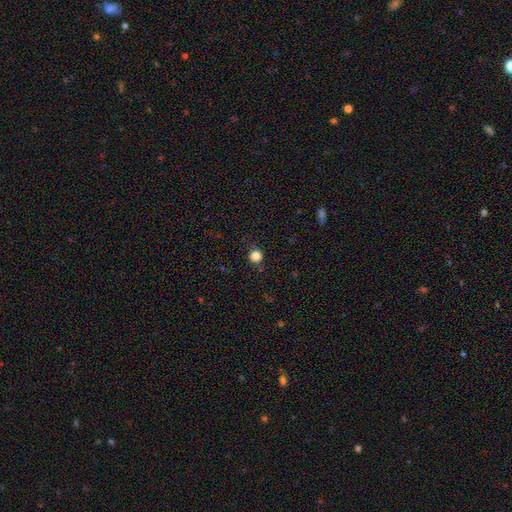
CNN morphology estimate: smooth-or-featured: smooth: 83% | star or artifact: 13% | featured or disk: 4%
  how-rounded: round: 93% | in between: 6% | cigar-shaped: 1%
  merging: none: 86% | minor disturbance: 10% | major disturbance: 3% | merger: 1%